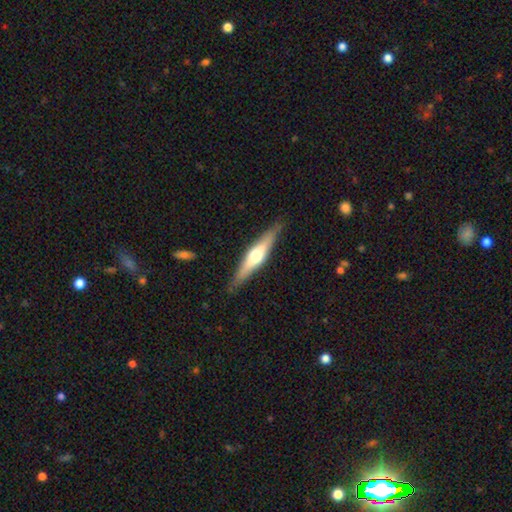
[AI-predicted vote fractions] Smooth or featured: featured or disk — 59% (smooth — 36%)
Edge-on disk: yes — 94% (no — 6%)
Edge-on bulge: rounded — 90% (boxy — 5%)
Merging: none — 86% (minor disturbance — 11%)